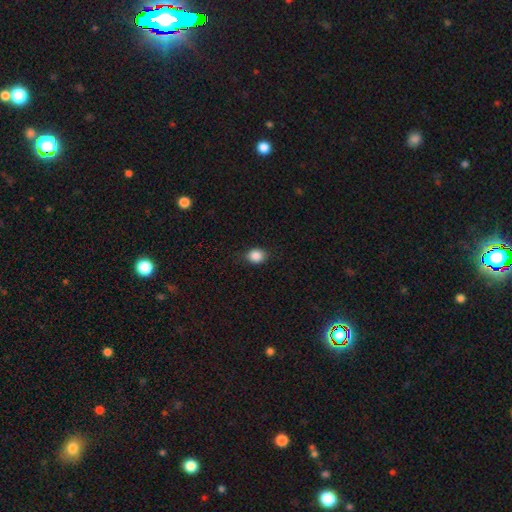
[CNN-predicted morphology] This is clearly a smooth galaxy (87%). How rounded: likely round (63%). Merging: clearly none (82%).